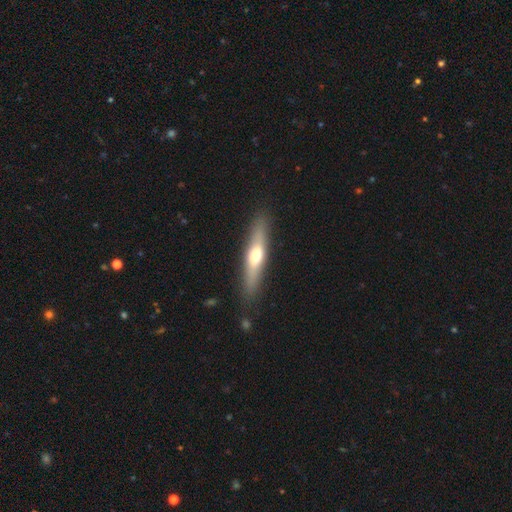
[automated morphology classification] smooth-or-featured: smooth: 48% | featured or disk: 47% | star or artifact: 6%
  merging: none: 88% | minor disturbance: 9% | major disturbance: 2% | merger: 1%